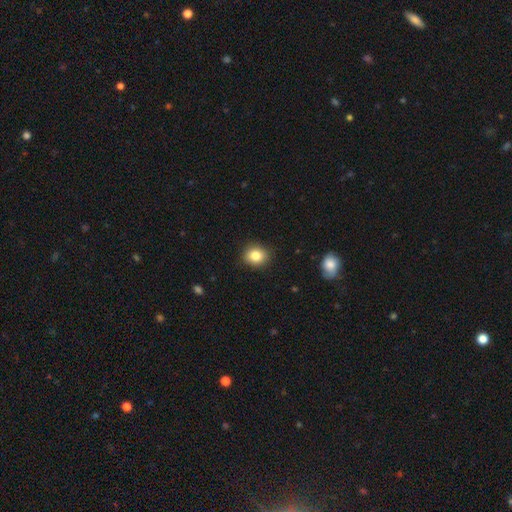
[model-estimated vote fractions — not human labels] This is clearly a smooth galaxy (84%). How rounded: likely round (72%). Merging: clearly none (89%).